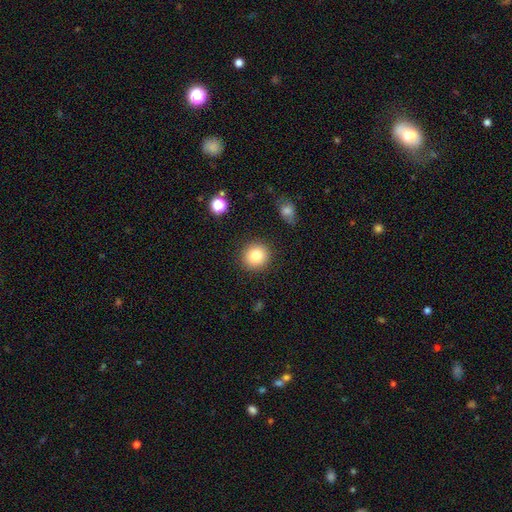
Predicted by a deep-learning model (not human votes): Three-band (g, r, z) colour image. It shows a smooth galaxy with no disk features (82%) that is round (89%). Merging: none (89%).